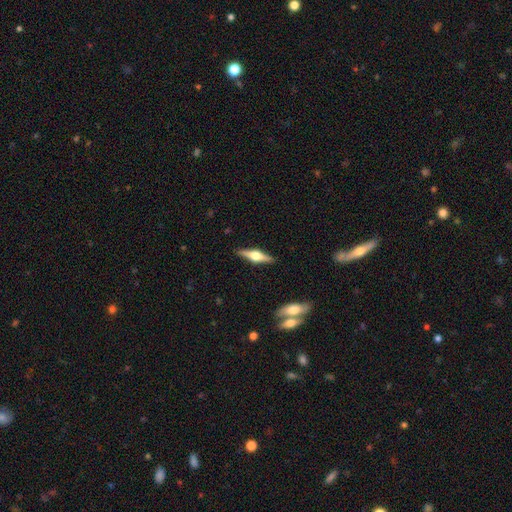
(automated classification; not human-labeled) featured or disk 71%, smooth 23%, star or artifact 6%. Down the decision tree: edge-on disk — yes (97%); edge-on bulge — rounded (94%); merging — none (90%).